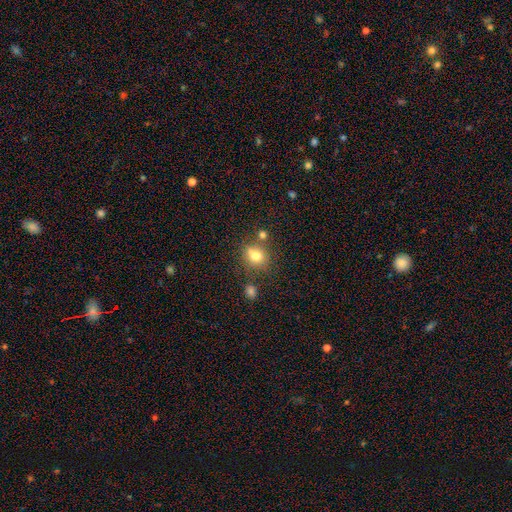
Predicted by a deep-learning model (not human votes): Q: Smooth or featured?
A: smooth (76%); runner-up: star or artifact (13%)
Q: How rounded?
A: round (76%); runner-up: in between (23%)
Q: Merging?
A: none (65%); runner-up: merger (16%)